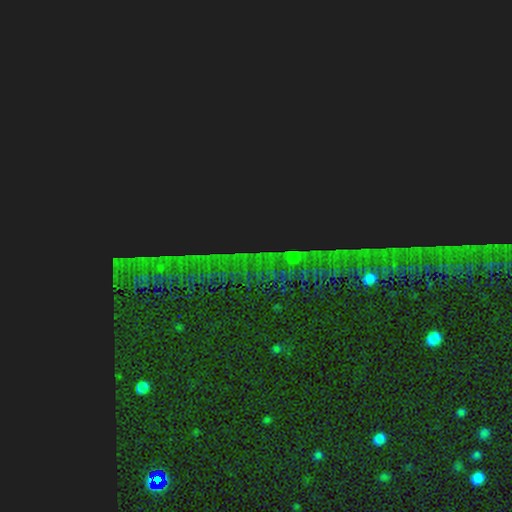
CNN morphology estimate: smooth_or_featured: star or artifact (p=0.89) [alt: featured or disk p=0.06]